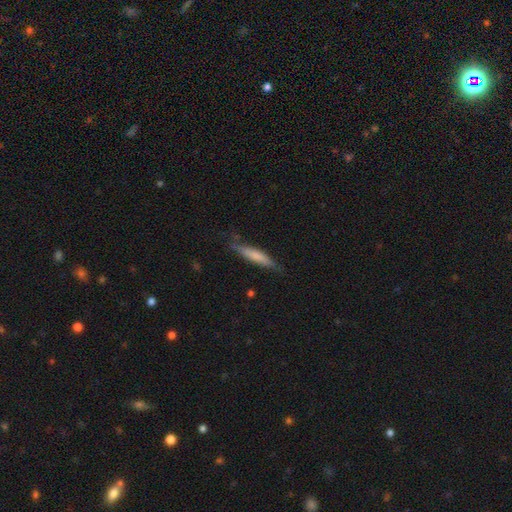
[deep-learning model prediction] A smooth galaxy with no disk features (65%) that is cigar-shaped (88%). Merging: none (74%).